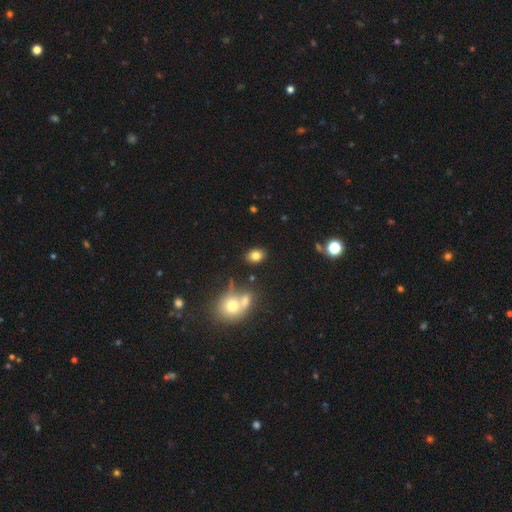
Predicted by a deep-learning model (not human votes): Smooth or featured? smooth (80%)
How rounded? in between (67%)
Merging? none (81%)